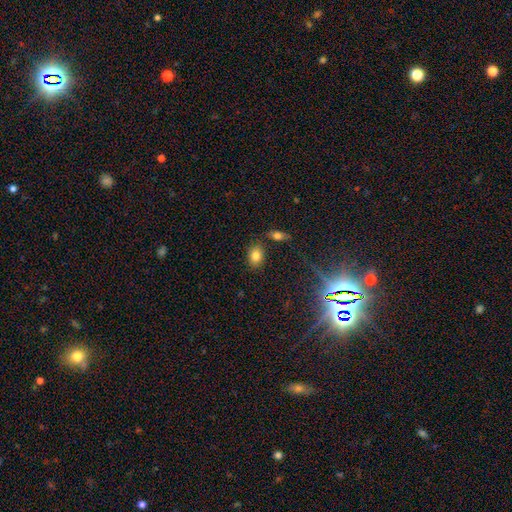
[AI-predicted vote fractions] A smooth galaxy with no disk features (81%) that is in between round and cigar-shaped (74%). Merging: none (79%).